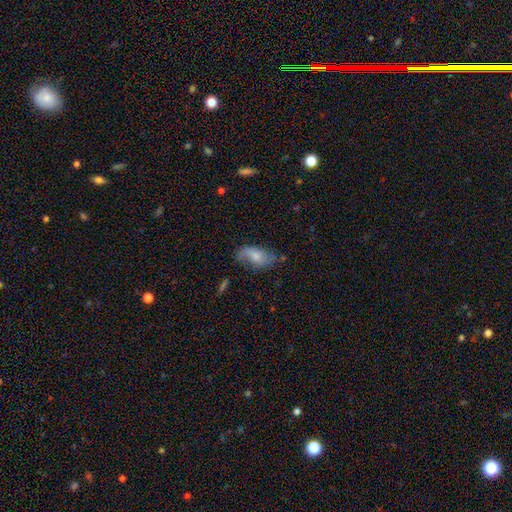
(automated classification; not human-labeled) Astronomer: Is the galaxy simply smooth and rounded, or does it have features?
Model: smooth — 55% (runner-up: featured or disk, 37%).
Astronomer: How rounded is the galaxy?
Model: in between — 90%.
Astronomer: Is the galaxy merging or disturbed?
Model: none — 52% (runner-up: minor disturbance, 30%).